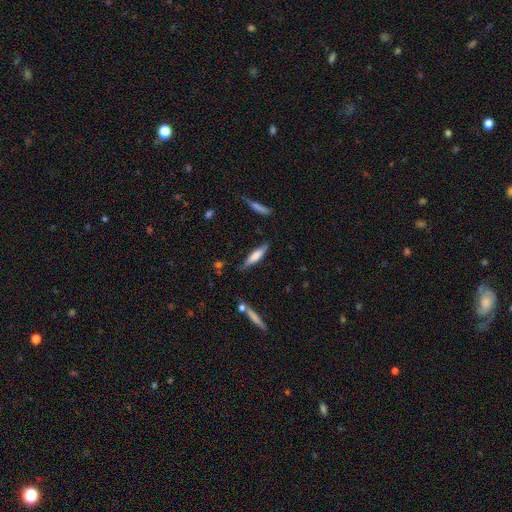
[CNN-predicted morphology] This appears to be a smooth galaxy with no disk features (64%) that is cigar-shaped (74%). Merging: none (75%).